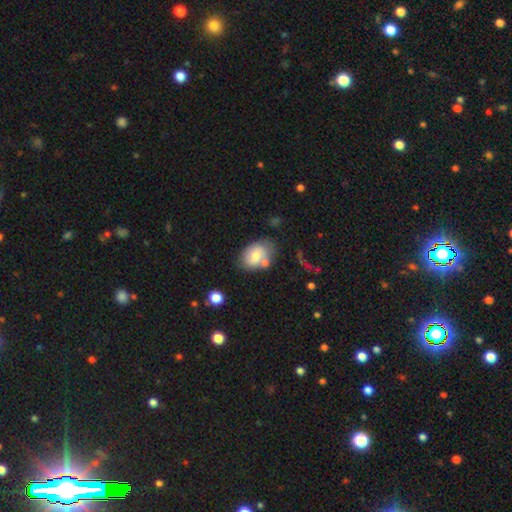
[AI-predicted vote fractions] The model was most divided on "smooth or featured": smooth: 62%, featured or disk: 30%, star or artifact: 8%. More confident: how rounded — in between (73%); merging — none (54%).